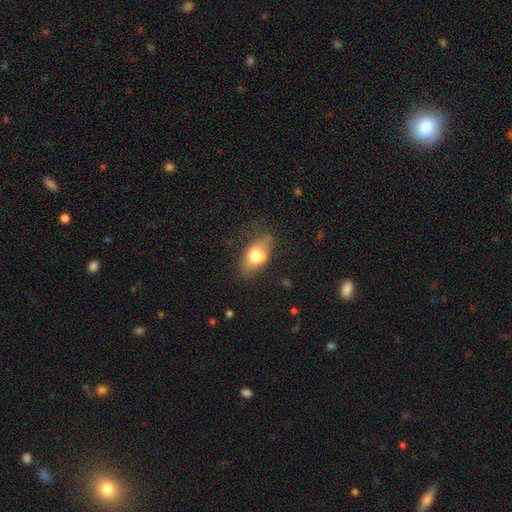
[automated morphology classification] A smooth galaxy with no disk features (68%) that is in between round and cigar-shaped (86%).

Vote fractions:
- Smooth or featured? smooth: 68% / featured or disk: 24% / star or artifact: 8%
- How rounded? in between: 86% / round: 8% / cigar-shaped: 6%
- Merging? none: 58% / minor disturbance: 27% / major disturbance: 11% / merger: 3%